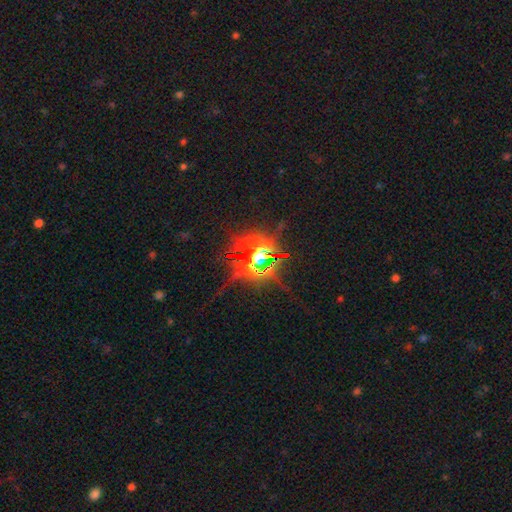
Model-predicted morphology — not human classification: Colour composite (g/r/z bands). It shows a star or artifact, not a galaxy (80%).